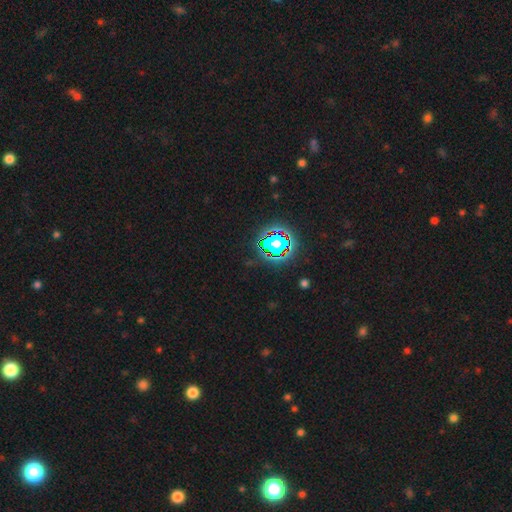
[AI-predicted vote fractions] This appears to be a star or artifact, not a galaxy (83%).